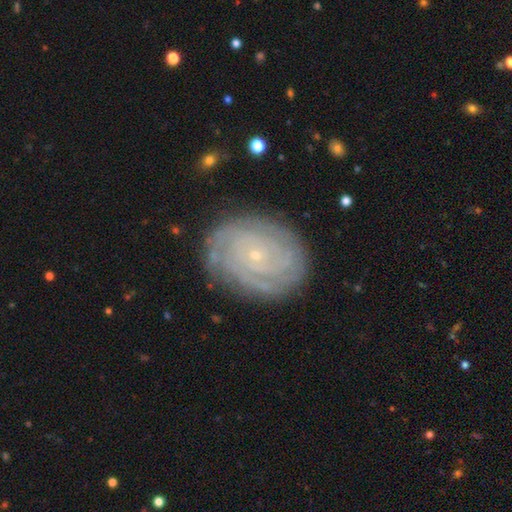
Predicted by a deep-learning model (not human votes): A featured or disk galaxy (84%) with no bar (83%), tight (85%) spiral arms (96%) and a small central bulge (90%).

Vote fractions:
- Smooth or featured? featured or disk: 84% / smooth: 10% / star or artifact: 7%
- Edge-on disk? no: 97% / yes: 3%
- Bar? no: 83% / weak: 13% / strong: 4%
- Spiral arms? yes: 96% / no: 4%
- Spiral winding? tight: 85% / medium: 12% / loose: 3%
- Spiral arm count? can't tell: 31% / 4: 18% / 2: 17% / 3: 15% / more than 4: 11% / 1: 8%
- Bulge size? small: 90% / moderate: 7% / none: 1% / large: 1% / dominant: 1%
- Merging? none: 82% / minor disturbance: 13% / major disturbance: 4% / merger: 1%